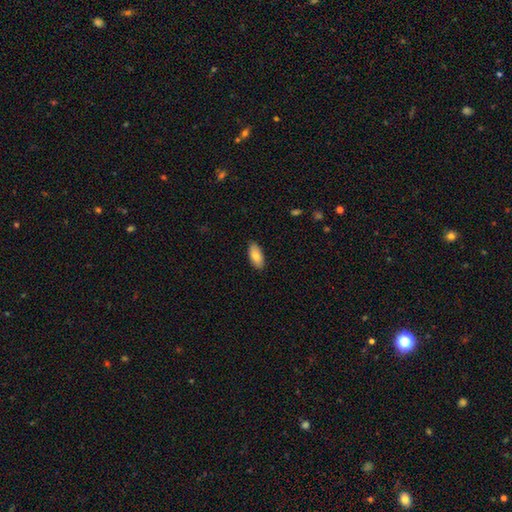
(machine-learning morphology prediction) This is clearly a smooth galaxy (80%). How rounded: clearly in between (91%). Merging: clearly none (88%).